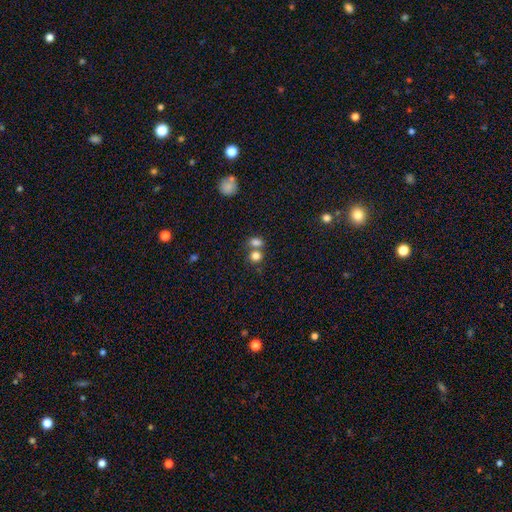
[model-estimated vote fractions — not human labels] smooth-or-featured: smooth: 80% | star or artifact: 12% | featured or disk: 8%
  how-rounded: round: 63% | in between: 35% | cigar-shaped: 1%
  merging: merger: 46% | none: 42% | minor disturbance: 8% | major disturbance: 4%